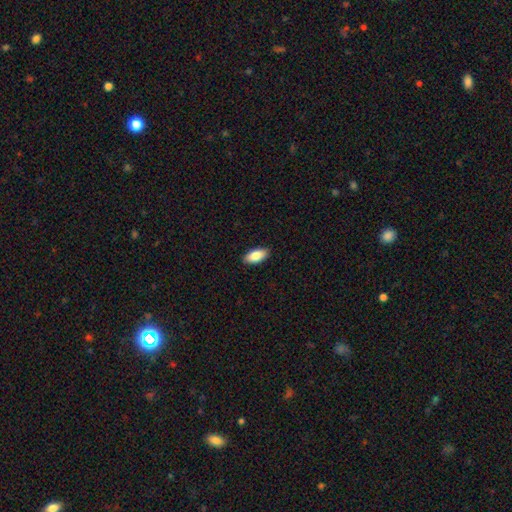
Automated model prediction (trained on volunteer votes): A smooth galaxy with no disk features (84%) that is in between round and cigar-shaped (91%).

Vote fractions:
- Smooth or featured? smooth: 84% / featured or disk: 9% / star or artifact: 6%
- How rounded? in between: 91% / cigar-shaped: 6% / round: 2%
- Merging? none: 90% / minor disturbance: 7% / major disturbance: 2% / merger: 1%